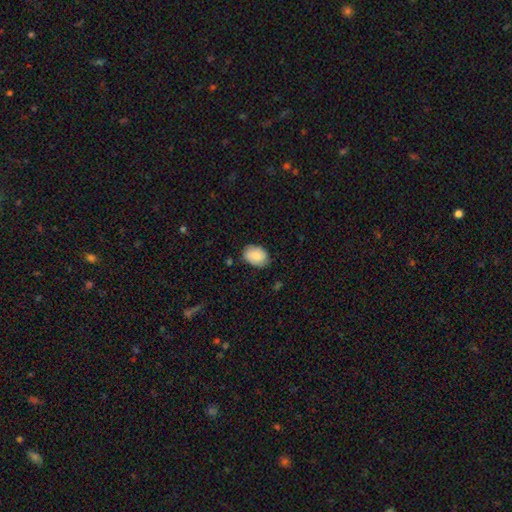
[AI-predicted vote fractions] Smooth or featured: smooth — 83% (featured or disk — 11%)
How rounded: in between — 78% (round — 21%)
Merging: none — 79% (minor disturbance — 17%)